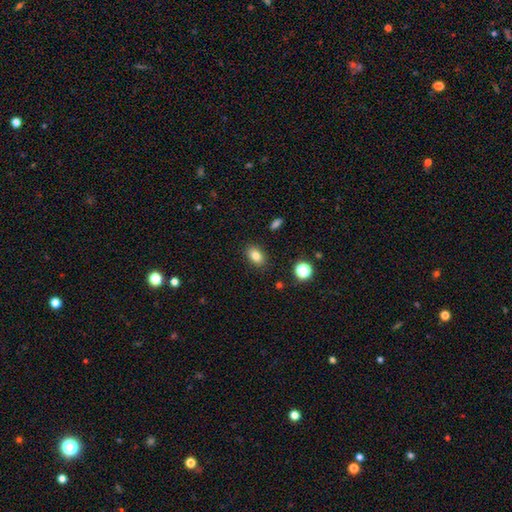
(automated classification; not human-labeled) Smooth or featured?
  - smooth: 82% *
  - star or artifact: 11%
  - featured or disk: 7%
How rounded?
  - in between: 81% *
  - round: 17%
  - cigar-shaped: 2%
Merging?
  - none: 87% *
  - minor disturbance: 9%
  - major disturbance: 3%
  - merger: 2%